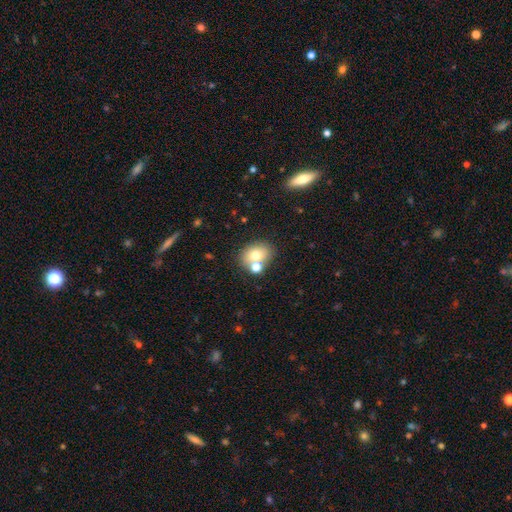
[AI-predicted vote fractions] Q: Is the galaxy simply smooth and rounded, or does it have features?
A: smooth — 70%.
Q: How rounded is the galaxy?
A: in between — 51%.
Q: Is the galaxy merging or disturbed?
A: none — 59%.